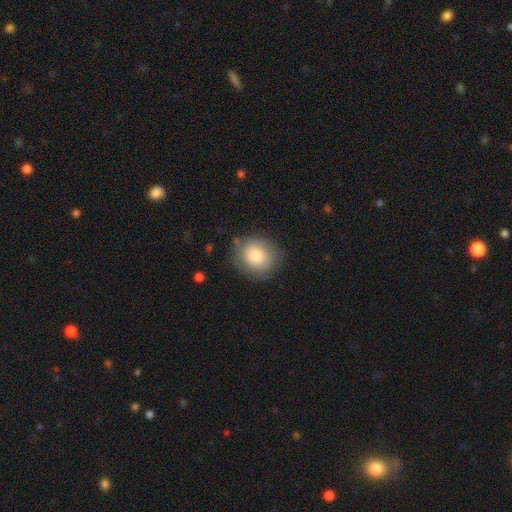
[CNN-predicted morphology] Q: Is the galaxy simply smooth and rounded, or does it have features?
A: smooth — 79%.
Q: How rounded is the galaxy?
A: round — 79%.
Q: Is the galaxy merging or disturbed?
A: none — 75%.